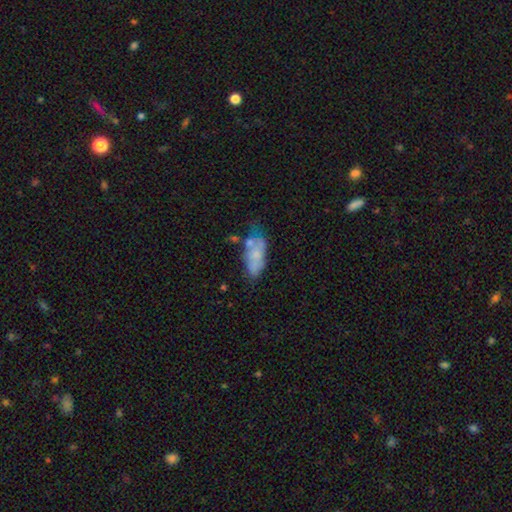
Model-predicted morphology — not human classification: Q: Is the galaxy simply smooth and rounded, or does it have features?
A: smooth — 53%.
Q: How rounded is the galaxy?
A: in between — 81%.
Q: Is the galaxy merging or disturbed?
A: none — 37%.